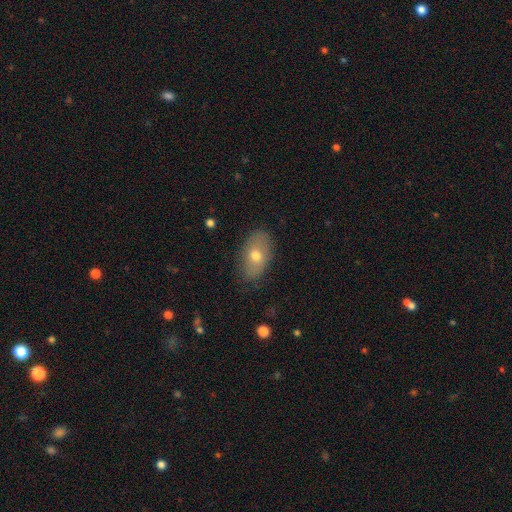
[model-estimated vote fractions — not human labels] Smooth or featured?
  - smooth: 65% *
  - featured or disk: 27%
  - star or artifact: 9%
How rounded?
  - in between: 90% *
  - round: 8%
  - cigar-shaped: 2%
Merging?
  - none: 83% *
  - minor disturbance: 13%
  - major disturbance: 3%
  - merger: 1%